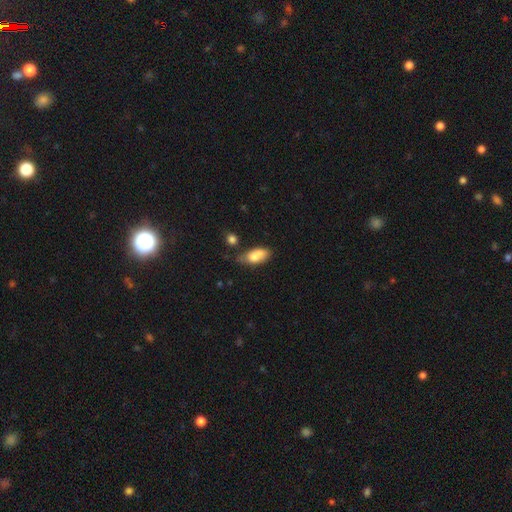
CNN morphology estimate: A smooth galaxy with no disk features (72%) that is in between round and cigar-shaped (83%). Merging: none (39%).